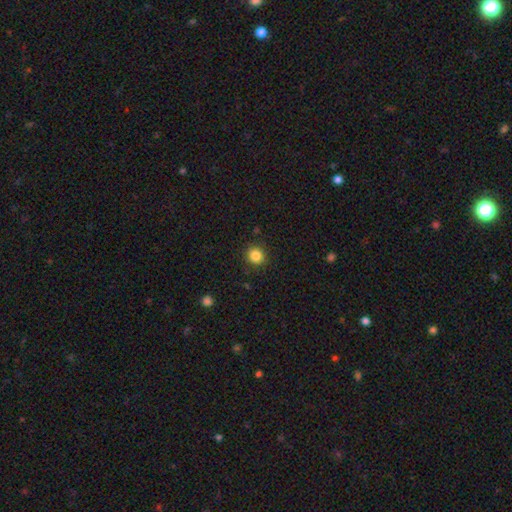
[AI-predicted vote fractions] This appears to be a smooth galaxy with no disk features (85%) that is round (89%). Merging: none (90%).